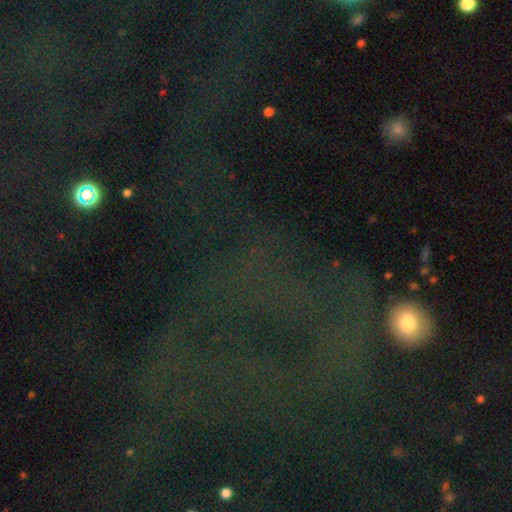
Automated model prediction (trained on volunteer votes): Overall: star or artifact (59%; smooth 21%).